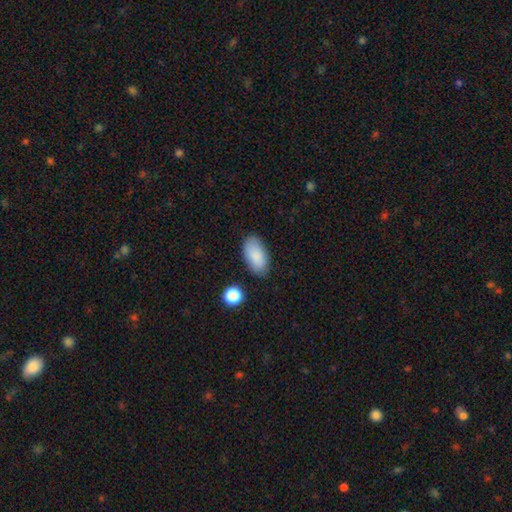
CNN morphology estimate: type=smooth (87%); roundness=in between (94%); merging=none (81%).